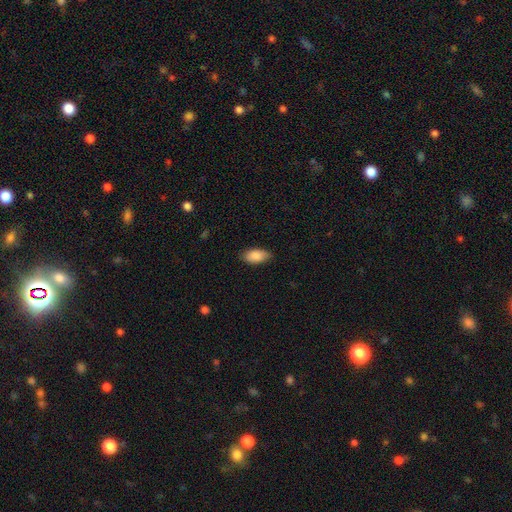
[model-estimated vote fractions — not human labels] Smooth or featured: smooth — 88% (star or artifact — 6%)
How rounded: in between — 92% (cigar-shaped — 5%)
Merging: none — 83% (minor disturbance — 13%)